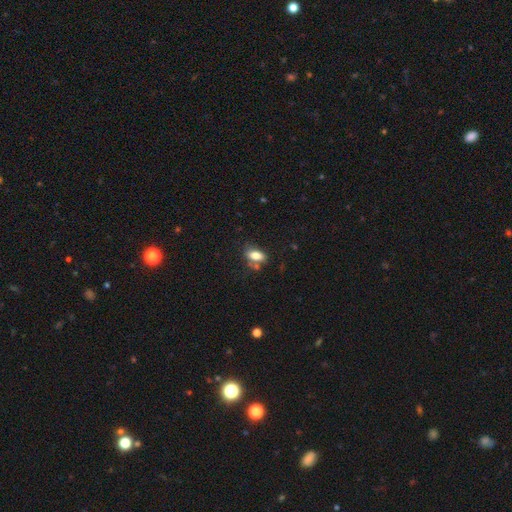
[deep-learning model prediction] smooth-or-featured: smooth: 80% | featured or disk: 12% | star or artifact: 9%
  how-rounded: in between: 87% | round: 7% | cigar-shaped: 5%
  merging: none: 60% | minor disturbance: 18% | merger: 16% | major disturbance: 6%